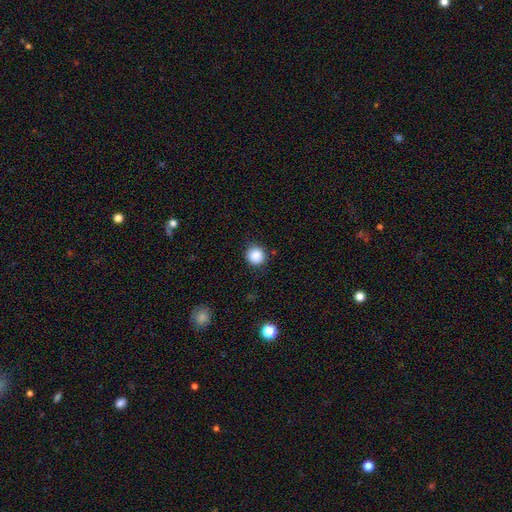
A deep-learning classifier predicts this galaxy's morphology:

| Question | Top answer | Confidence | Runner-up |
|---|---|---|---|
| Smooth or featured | smooth | 88% | star or artifact (9%) |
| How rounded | round | 91% | in between (8%) |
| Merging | none | 88% | minor disturbance (8%) |